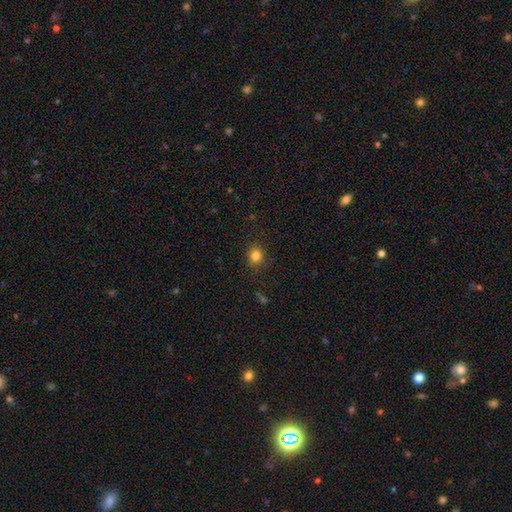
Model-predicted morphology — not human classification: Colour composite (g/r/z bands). It shows a smooth galaxy with no disk features (83%) that is round (76%). Merging: none (87%).